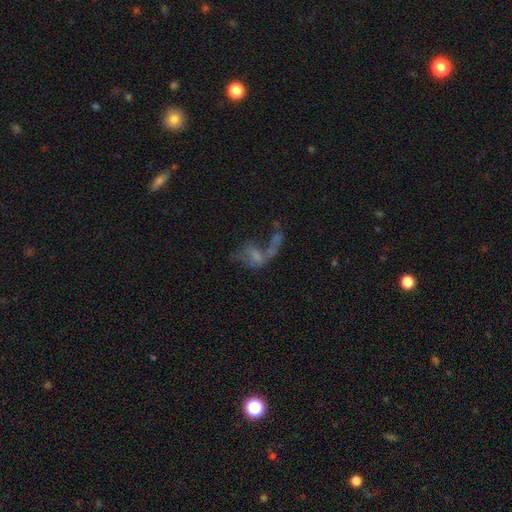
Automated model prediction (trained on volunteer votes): A featured or disk galaxy (45%). Merging: major disturbance (37%, tied with merger).